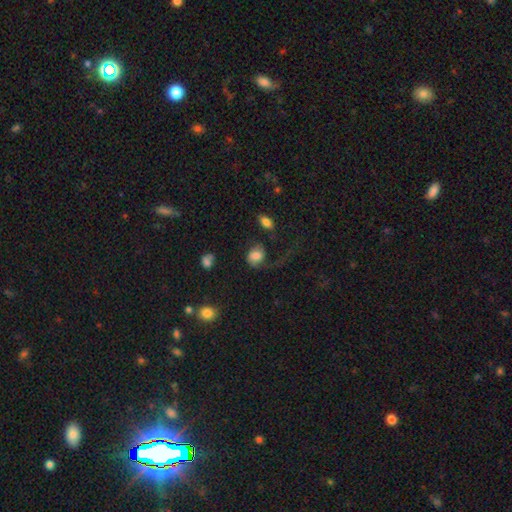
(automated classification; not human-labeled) This appears to be a smooth galaxy with no disk features (61%) that is in between round and cigar-shaped (53%). Merging: major disturbance (41%).